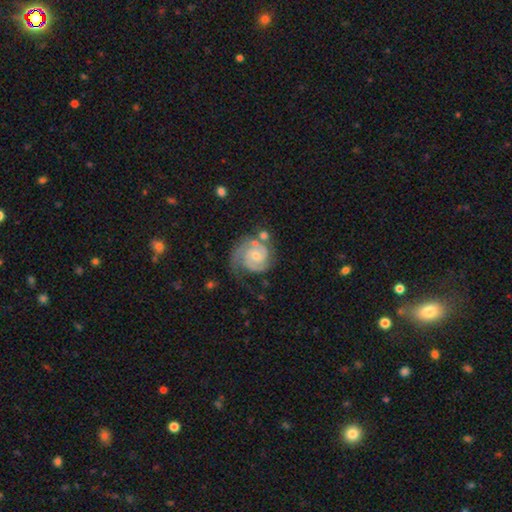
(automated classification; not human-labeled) Smooth or featured? featured or disk (87%)
Edge-on disk? no (98%)
Bar? no (66%)
Spiral arms? yes (97%)
Spiral winding? tight (65%)
Spiral arm count? 2 (68%)
Bulge size? small (54%)
Merging? none (56%)